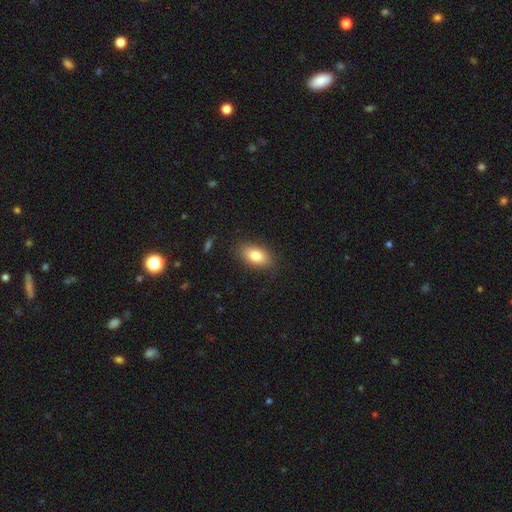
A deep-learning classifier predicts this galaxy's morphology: This is clearly a smooth galaxy (82%). How rounded: clearly in between (89%). Merging: clearly none (85%).